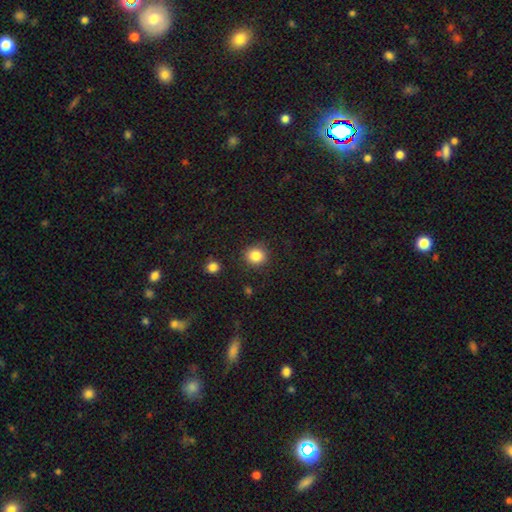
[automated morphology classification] Smooth or featured? Predicted: smooth (p=0.85). How rounded? Predicted: round (p=0.87). Merging? Predicted: none (p=0.88).